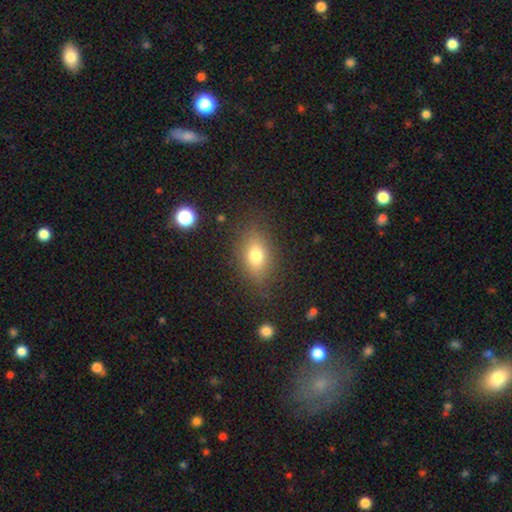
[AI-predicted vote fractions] Smooth or featured?
  - smooth: 75% *
  - featured or disk: 13%
  - star or artifact: 12%
How rounded?
  - in between: 79% *
  - round: 17%
  - cigar-shaped: 4%
Merging?
  - none: 82% *
  - minor disturbance: 12%
  - major disturbance: 5%
  - merger: 2%